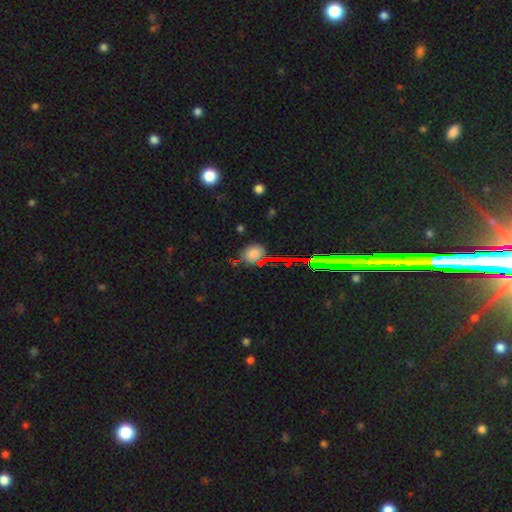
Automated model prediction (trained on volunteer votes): Morphology: type=smooth (70%); roundness=round (58%); merging=none (74%).